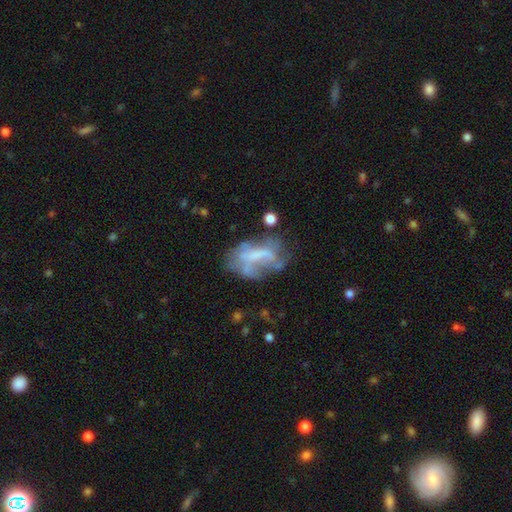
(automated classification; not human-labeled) smooth_or_featured: featured or disk (p=0.56) [alt: smooth p=0.32]
disk_edge_on: no (p=0.95) [alt: yes p=0.05]
bar: no (p=0.56) [alt: weak p=0.26]
has_spiral_arms: no (p=0.76) [alt: yes p=0.24]
bulge_size: none (p=0.56) [alt: small p=0.19]
merging: none (p=0.33) [alt: major disturbance p=0.31]